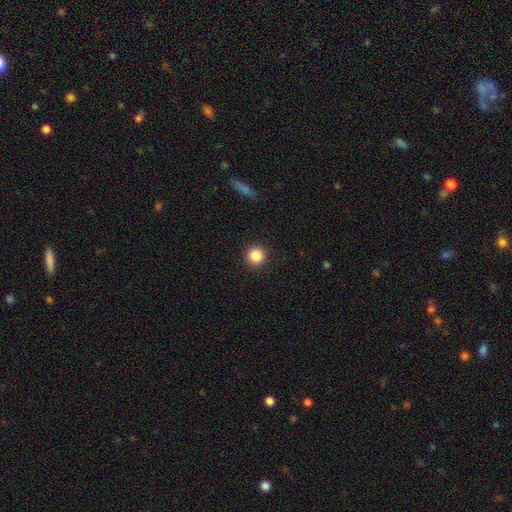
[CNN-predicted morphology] smooth_or_featured: smooth (p=0.86) [alt: star or artifact p=0.10]
how_rounded: round (p=0.95) [alt: in between p=0.04]
merging: none (p=0.93) [alt: minor disturbance p=0.05]